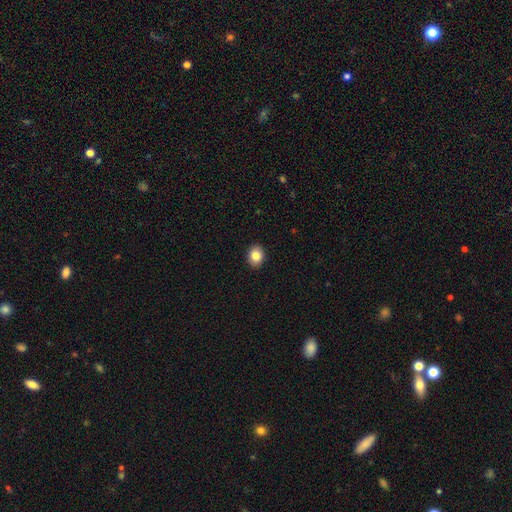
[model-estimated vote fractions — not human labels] smooth_or_featured: smooth (p=0.85) [alt: star or artifact p=0.09]
how_rounded: round (p=0.50) [alt: in between p=0.49]
merging: none (p=0.91) [alt: minor disturbance p=0.06]